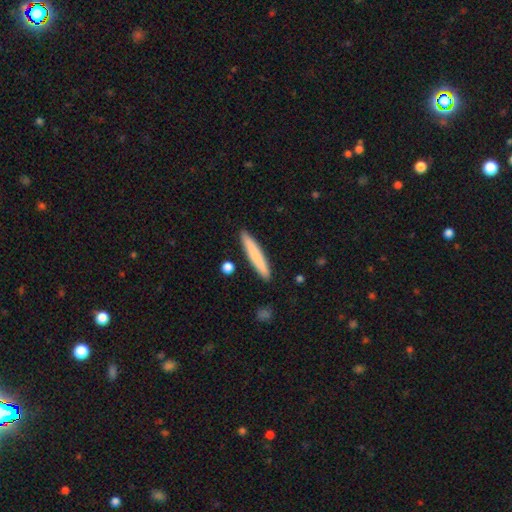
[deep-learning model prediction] A smooth galaxy with no disk features (75%) that is cigar-shaped (94%).

Vote fractions:
- Smooth or featured? smooth: 75% / featured or disk: 19% / star or artifact: 6%
- How rounded? cigar-shaped: 94% / in between: 5% / round: 1%
- Merging? none: 90% / minor disturbance: 7% / merger: 2% / major disturbance: 1%